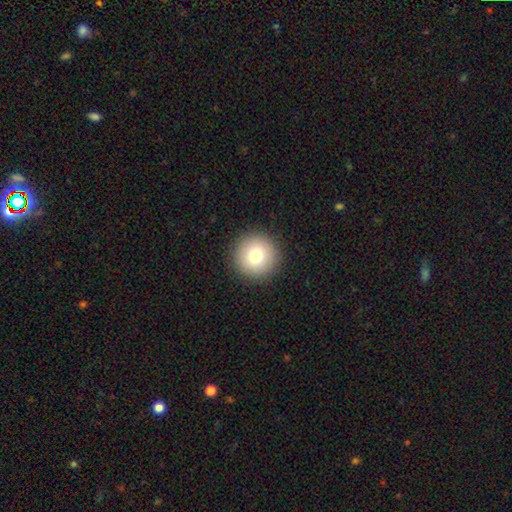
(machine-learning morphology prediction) Smooth or featured? Predicted: smooth (p=0.78). How rounded? Predicted: round (p=0.96). Merging? Predicted: none (p=0.93).